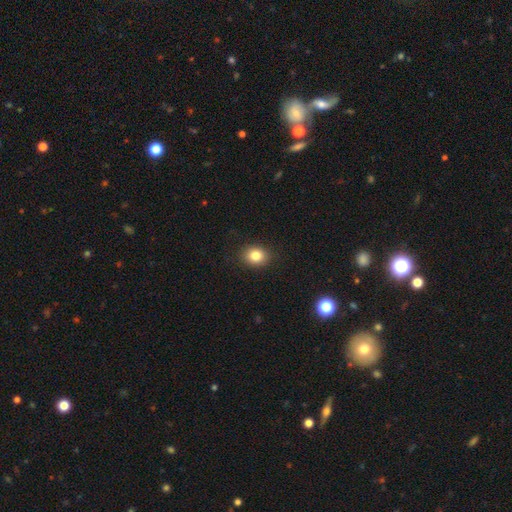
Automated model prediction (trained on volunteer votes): This appears to be a smooth galaxy with no disk features (83%) that is round (58%). Merging: none (88%).